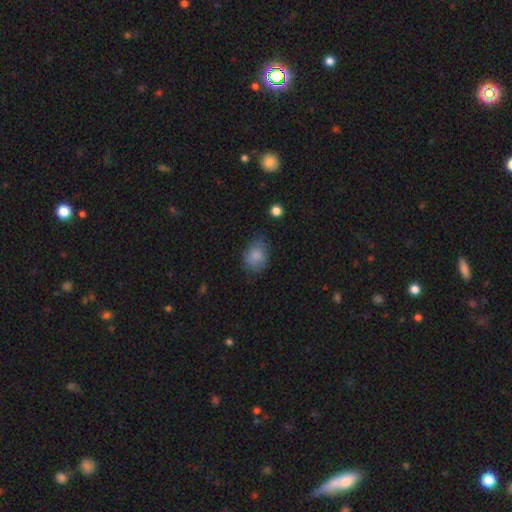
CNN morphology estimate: type=smooth (82%); roundness=in between (56%); merging=none (62%).